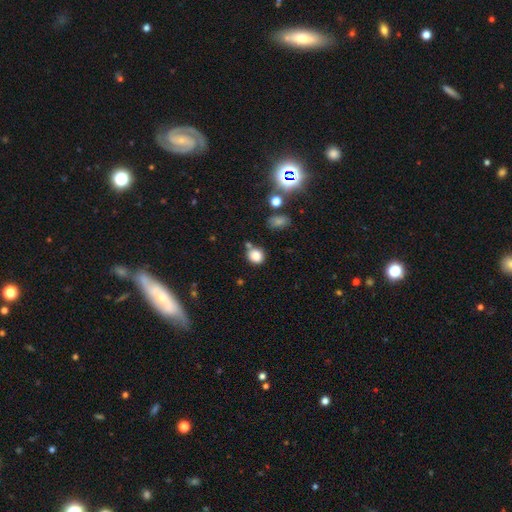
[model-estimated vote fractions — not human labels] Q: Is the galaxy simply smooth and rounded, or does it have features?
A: smooth — 83%.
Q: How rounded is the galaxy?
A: round — 77%.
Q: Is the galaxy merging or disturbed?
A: none — 69%.